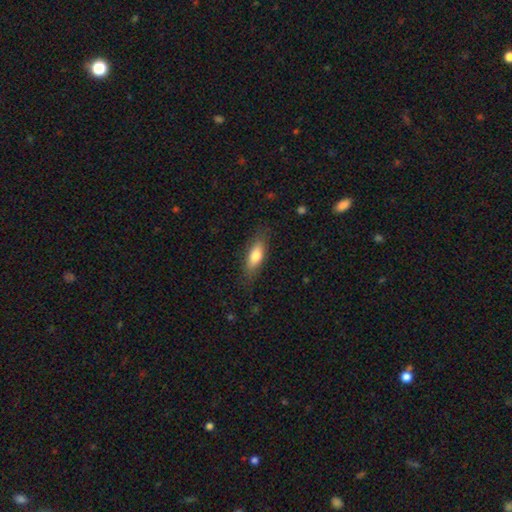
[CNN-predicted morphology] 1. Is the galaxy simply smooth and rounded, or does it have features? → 74% smooth, 20% featured or disk, 6% star or artifact.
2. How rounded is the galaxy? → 61% in between, 36% cigar-shaped, 3% round.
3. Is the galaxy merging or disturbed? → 80% none, 15% minor disturbance, 4% major disturbance, 1% merger.